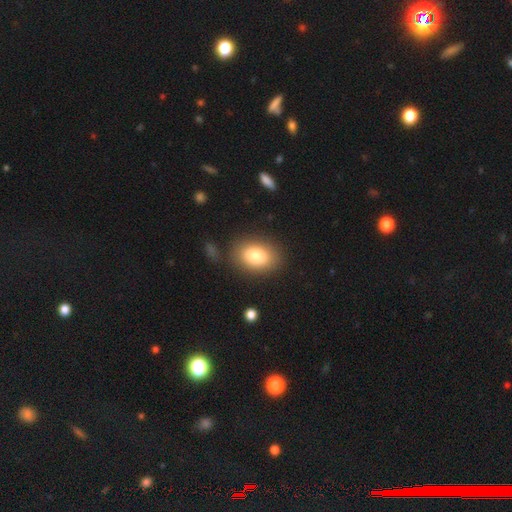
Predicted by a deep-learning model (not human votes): This appears to be a smooth galaxy with no disk features (84%) that is in between round and cigar-shaped (80%). Merging: none (82%).